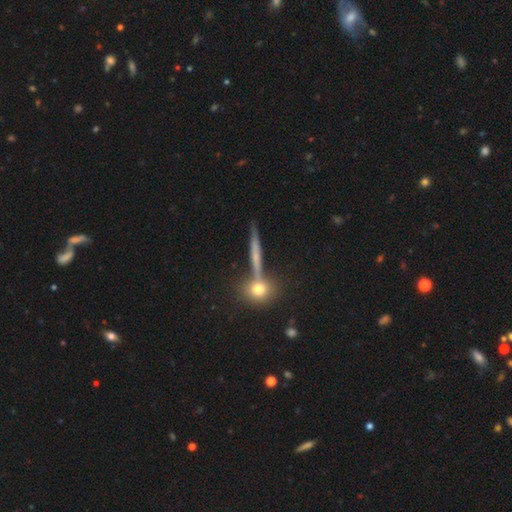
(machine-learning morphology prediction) This appears to be a featured or disk galaxy (45%). Merging: none (73%).